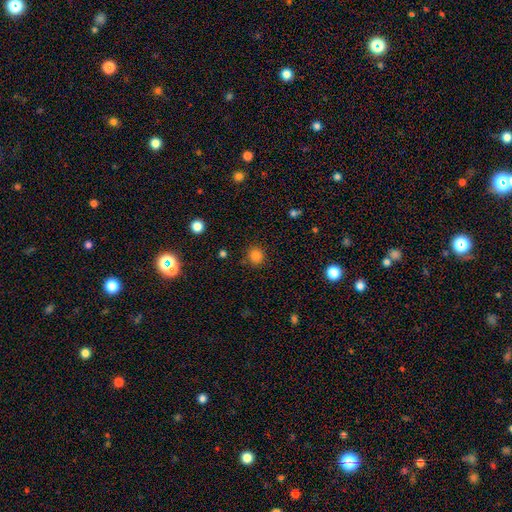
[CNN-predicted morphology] Smooth or featured? smooth (82%)
How rounded? round (91%)
Merging? none (87%)